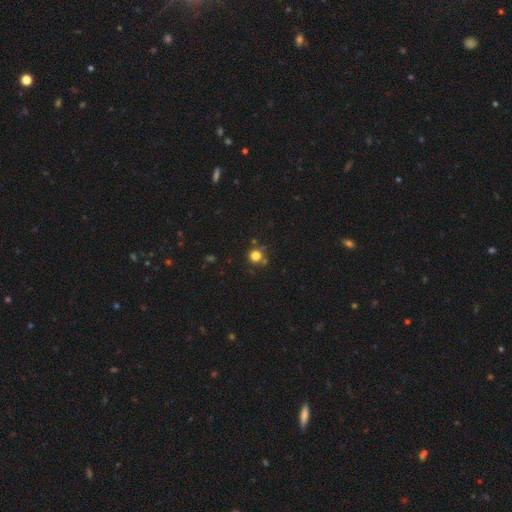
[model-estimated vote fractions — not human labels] Smooth or featured? Predicted: smooth (p=0.79). How rounded? Predicted: round (p=0.93). Merging? Predicted: none (p=0.75).